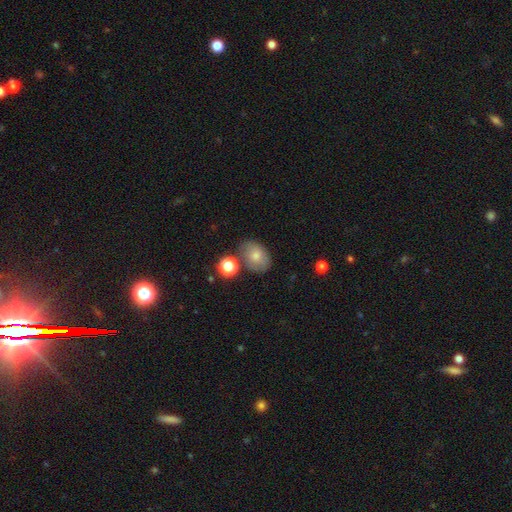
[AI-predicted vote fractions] Smooth or featured?
  - smooth: 73% *
  - featured or disk: 17%
  - star or artifact: 10%
How rounded?
  - in between: 71% *
  - round: 28%
  - cigar-shaped: 1%
Merging?
  - none: 63% *
  - minor disturbance: 20%
  - merger: 11%
  - major disturbance: 6%